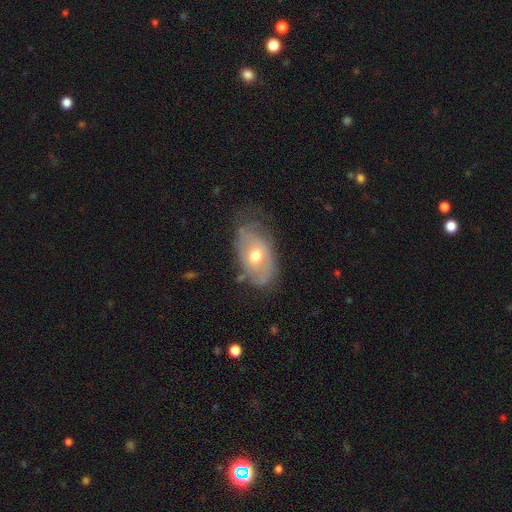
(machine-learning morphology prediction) A featured or disk galaxy (47%). Merging: none (54%).